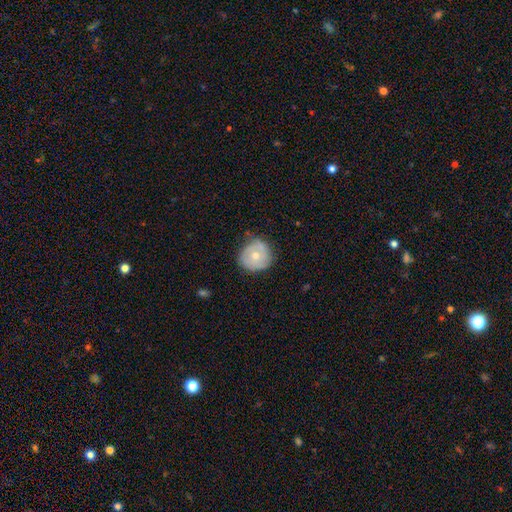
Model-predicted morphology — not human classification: Overall: smooth (56%; featured or disk 37%). How rounded: round (88%). Merging: none (67%).